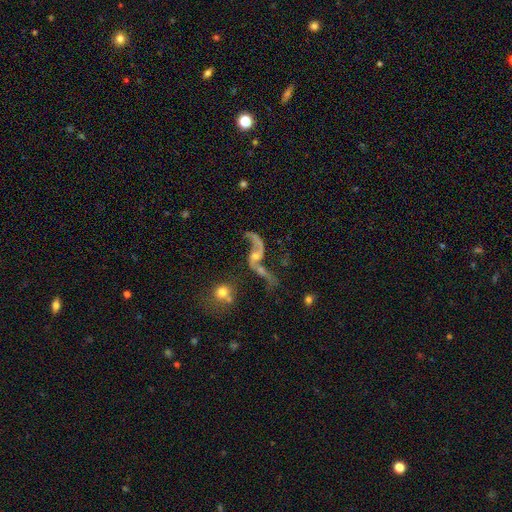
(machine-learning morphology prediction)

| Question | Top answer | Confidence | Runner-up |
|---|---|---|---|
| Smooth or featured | featured or disk | 82% | star or artifact (9%) |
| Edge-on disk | no | 95% | yes (5%) |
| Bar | no | 58% | weak (31%) |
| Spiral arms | yes | 90% | no (10%) |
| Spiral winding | loose | 88% | medium (9%) |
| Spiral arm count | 2 | 86% | 1 (8%) |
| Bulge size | small | 50% | moderate (31%) |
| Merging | none | 35% | merger (26%) |